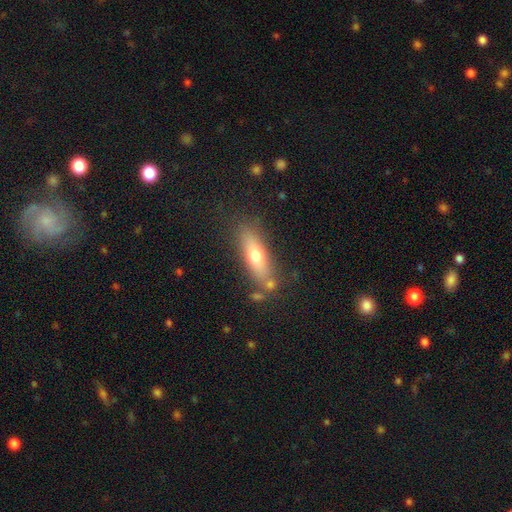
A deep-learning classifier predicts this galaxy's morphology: Smooth or featured: smooth — 61% (featured or disk — 31%)
How rounded: cigar-shaped — 53% (in between — 44%)
Merging: none — 76% (minor disturbance — 14%)